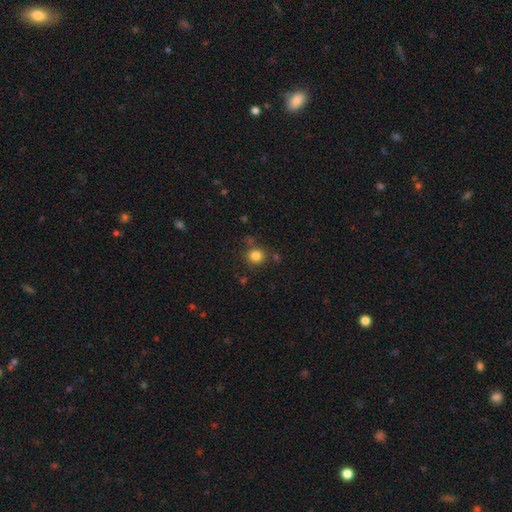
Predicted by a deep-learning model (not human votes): This is clearly a smooth galaxy (83%). How rounded: clearly round (89%). Merging: likely none (80%).